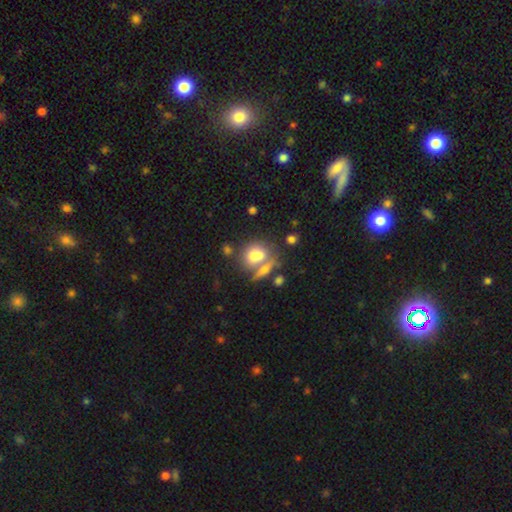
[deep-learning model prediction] Q: Smooth or featured?
A: smooth (70%); runner-up: featured or disk (20%)
Q: How rounded?
A: in between (58%); runner-up: round (36%)
Q: Merging?
A: merger (46%); runner-up: none (35%)